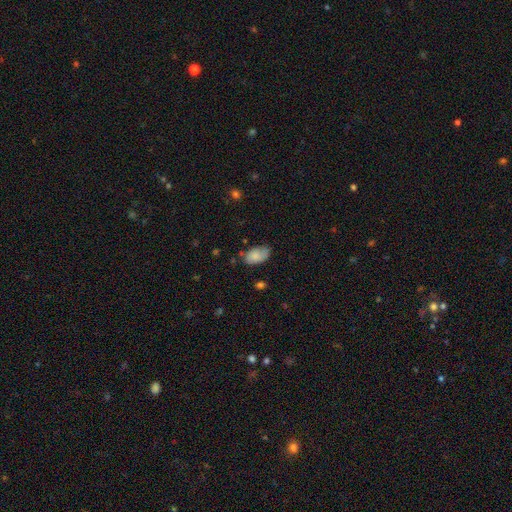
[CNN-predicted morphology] A smooth galaxy with no disk features (78%) that is in between round and cigar-shaped (92%).

Vote fractions:
- Smooth or featured? smooth: 78% / featured or disk: 14% / star or artifact: 8%
- How rounded? in between: 92% / round: 6% / cigar-shaped: 2%
- Merging? none: 64% / minor disturbance: 27% / major disturbance: 7% / merger: 2%